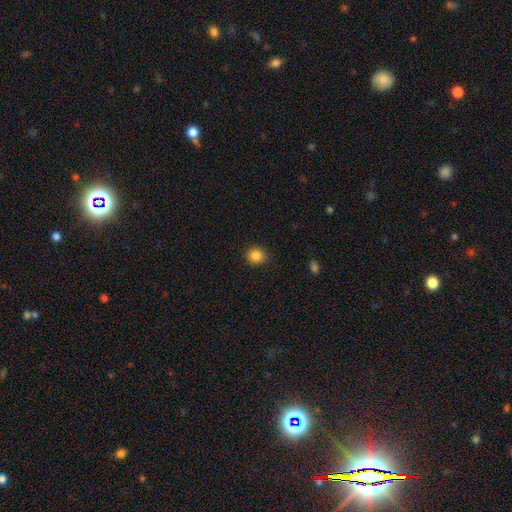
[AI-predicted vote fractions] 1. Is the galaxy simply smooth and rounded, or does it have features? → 86% smooth, 10% star or artifact, 4% featured or disk.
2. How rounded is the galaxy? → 84% round, 15% in between, 1% cigar-shaped.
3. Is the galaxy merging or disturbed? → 90% none, 7% minor disturbance, 2% major disturbance, 1% merger.